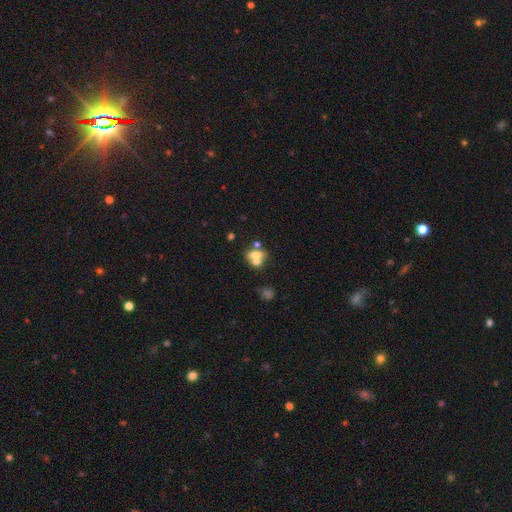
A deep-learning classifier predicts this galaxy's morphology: smooth_or_featured: smooth (p=0.61) [alt: featured or disk p=0.26]
how_rounded: in between (p=0.54) [alt: round p=0.43]
merging: merger (p=0.54) [alt: none p=0.32]